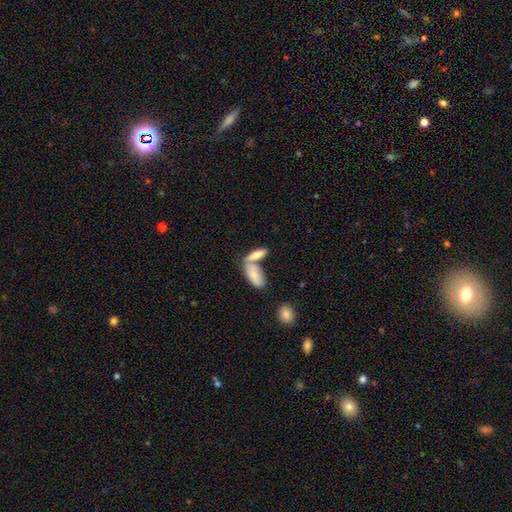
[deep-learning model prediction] Smooth or featured?
  - smooth: 78% *
  - featured or disk: 15%
  - star or artifact: 6%
How rounded?
  - in between: 74% *
  - cigar-shaped: 23%
  - round: 3%
Merging?
  - merger: 53% *
  - none: 34%
  - minor disturbance: 9%
  - major disturbance: 4%